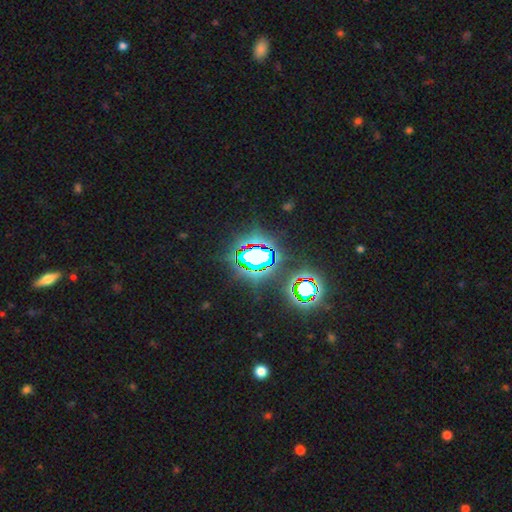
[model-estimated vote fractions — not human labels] Morphology: type=star or artifact (72%).